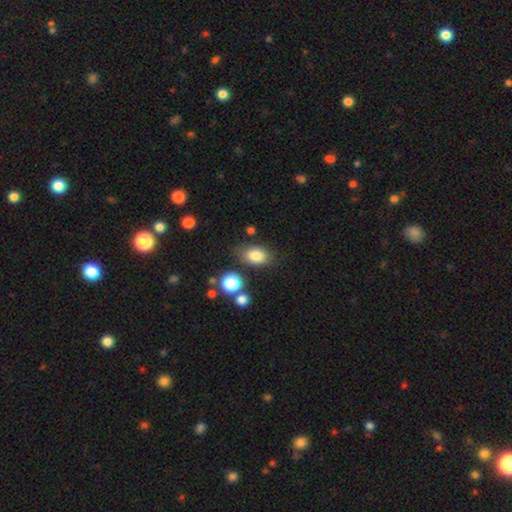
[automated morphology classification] This is clearly a smooth galaxy (82%). How rounded: clearly in between (81%). Merging: likely none (72%).